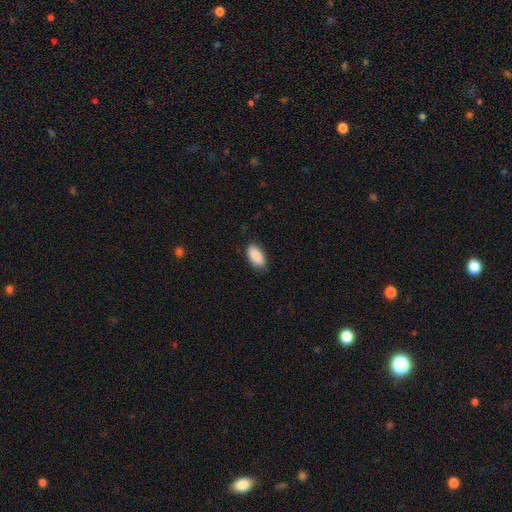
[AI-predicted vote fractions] Smooth or featured: smooth — 90% (star or artifact — 6%)
How rounded: in between — 93% (cigar-shaped — 5%)
Merging: none — 81% (minor disturbance — 16%)